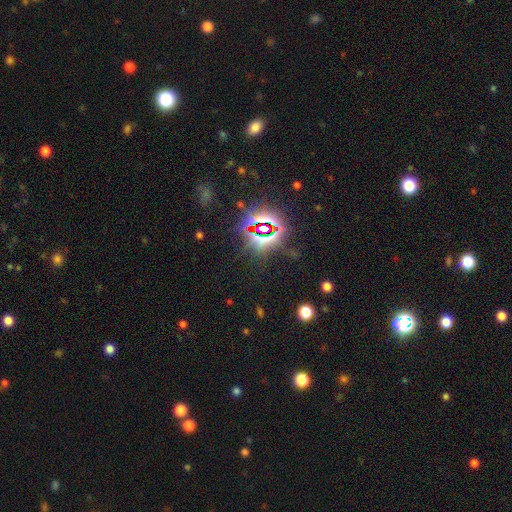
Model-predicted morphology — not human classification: Overall: star or artifact (81%).